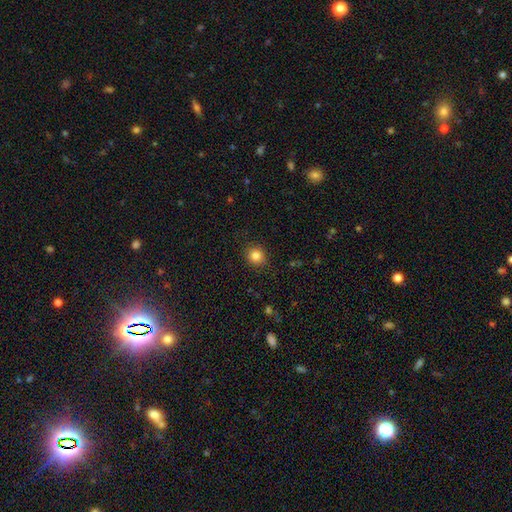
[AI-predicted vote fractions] The model was most divided on "how rounded": round: 86%, in between: 13%, cigar-shaped: 1%. More confident: merging — none (89%); smooth or featured — smooth (84%).